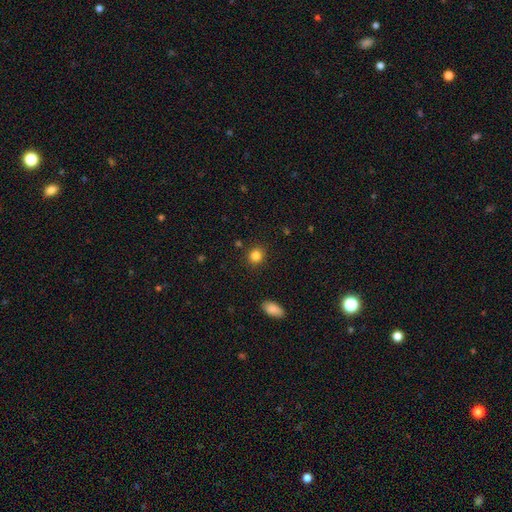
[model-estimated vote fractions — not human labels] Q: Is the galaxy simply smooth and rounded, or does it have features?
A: smooth — 84%.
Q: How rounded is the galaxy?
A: round — 79%.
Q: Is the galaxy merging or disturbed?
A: none — 88%.